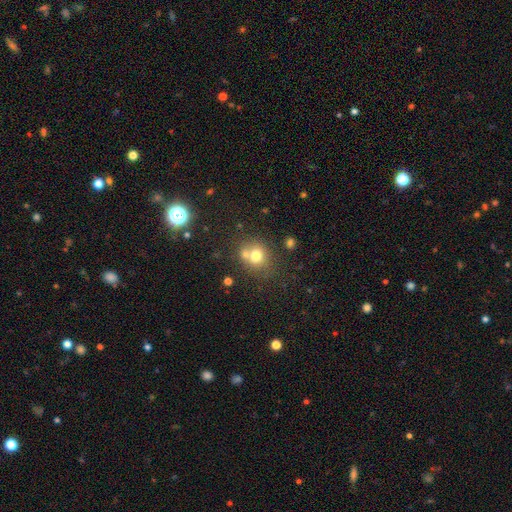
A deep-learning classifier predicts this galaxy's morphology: Smooth or featured?
  - smooth: 72% *
  - featured or disk: 15%
  - star or artifact: 13%
How rounded?
  - round: 71% *
  - in between: 28%
  - cigar-shaped: 1%
Merging?
  - none: 47% *
  - merger: 37%
  - minor disturbance: 11%
  - major disturbance: 5%